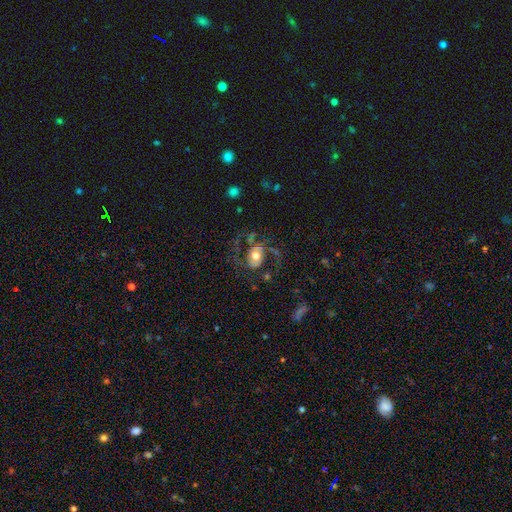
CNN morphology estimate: Smooth or featured: featured or disk — 59% (smooth — 33%)
Edge-on disk: no — 96% (yes — 4%)
Bar: no — 65% (weak — 24%)
Spiral arms: yes — 75% (no — 25%)
Bulge size: moderate — 63% (large — 25%)
Merging: none — 52% (major disturbance — 28%)